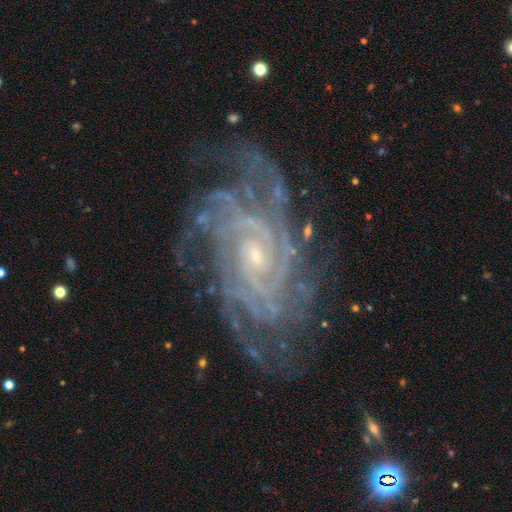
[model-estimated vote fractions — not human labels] This is clearly a featured or disk galaxy (91%). It is clearly not viewed edge-on (97%). Bar: possibly no (58%). Spiral arm pattern: clearly yes (98%). Spiral arm count: marginally 4 (23%). Spiral winding: likely tight (75%). Central bulge: likely small (76%). Merging: likely none (74%).